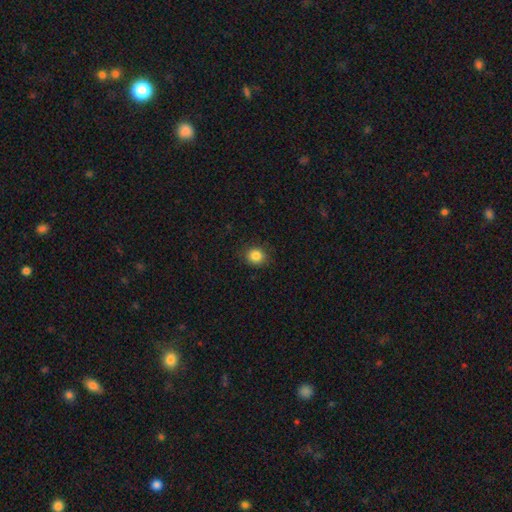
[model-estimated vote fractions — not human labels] Smooth or featured? smooth (85%)
How rounded? round (76%)
Merging? none (87%)